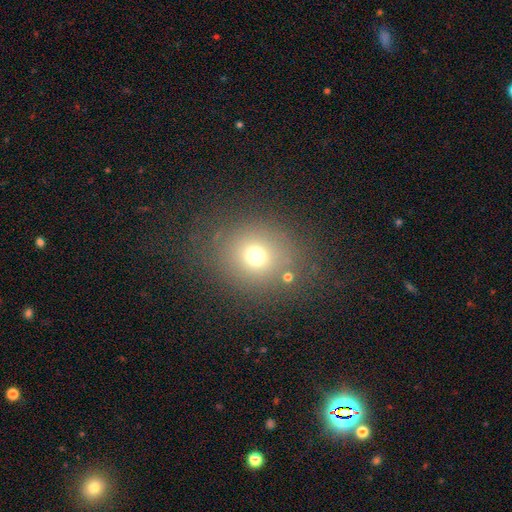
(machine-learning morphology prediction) The model was most divided on "smooth or featured": smooth: 70%, star or artifact: 19%, featured or disk: 11%. More confident: merging — none (80%); how rounded — round (79%).